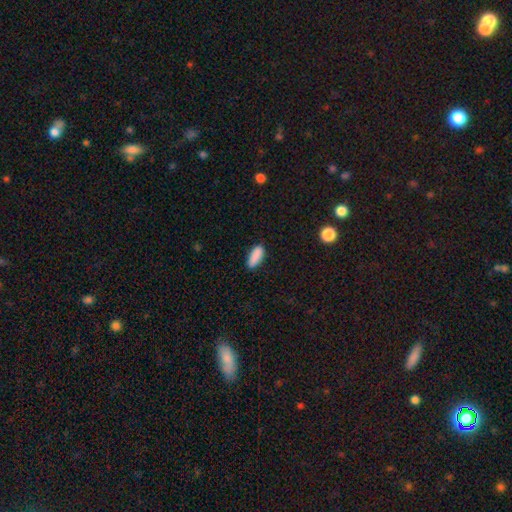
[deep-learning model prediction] Smooth or featured: smooth — 89% (star or artifact — 7%)
How rounded: in between — 72% (cigar-shaped — 25%)
Merging: none — 85% (minor disturbance — 11%)